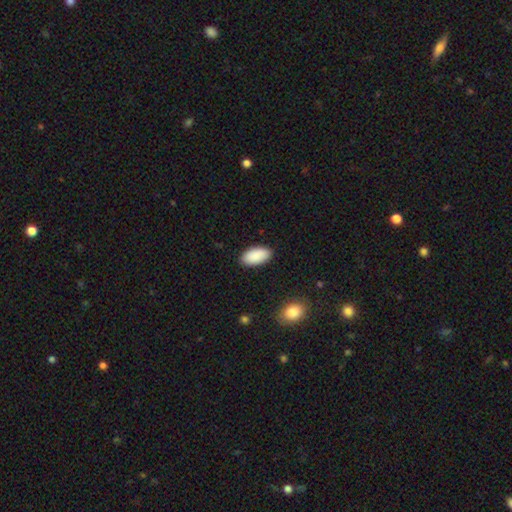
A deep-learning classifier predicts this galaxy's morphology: smooth_or_featured: smooth (p=0.91) [alt: star or artifact p=0.06]
how_rounded: in between (p=0.95) [alt: cigar-shaped p=0.03]
merging: none (p=0.89) [alt: minor disturbance p=0.08]